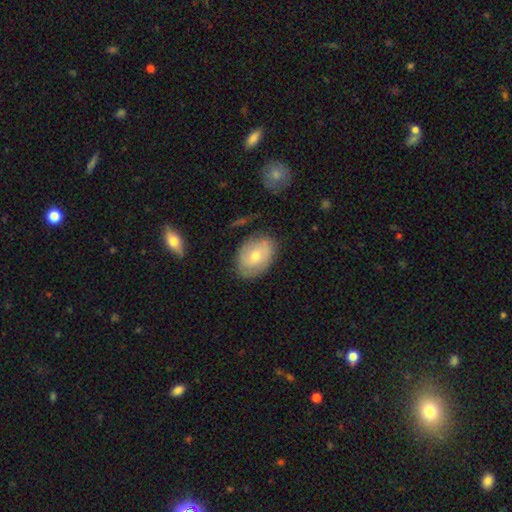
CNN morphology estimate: A smooth galaxy with no disk features (58%) that is in between round and cigar-shaped (81%).

Vote fractions:
- Smooth or featured? smooth: 58% / featured or disk: 35% / star or artifact: 7%
- How rounded? in between: 81% / round: 18% / cigar-shaped: 1%
- Merging? none: 75% / minor disturbance: 18% / major disturbance: 4% / merger: 2%